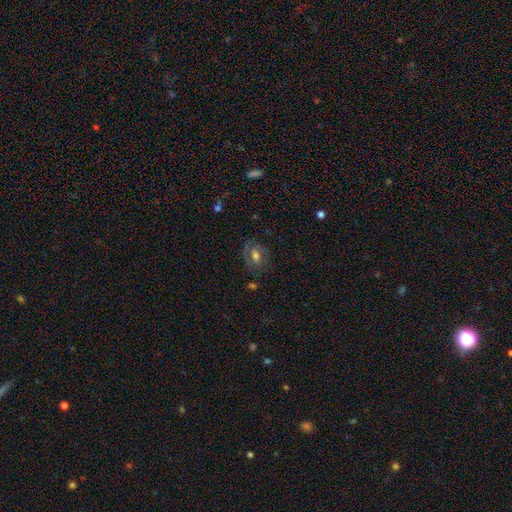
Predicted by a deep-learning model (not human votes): A smooth galaxy with no disk features (50%). Merging: none (70%).